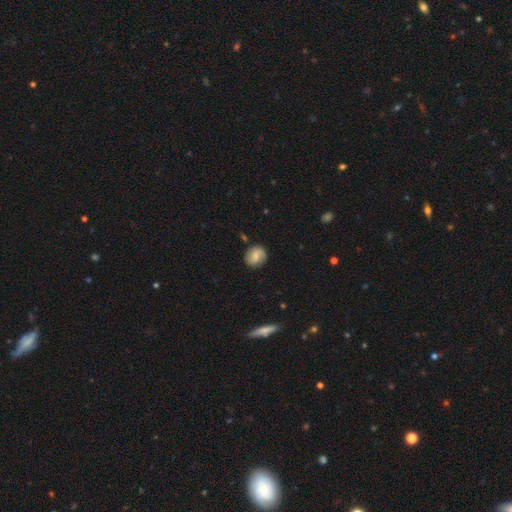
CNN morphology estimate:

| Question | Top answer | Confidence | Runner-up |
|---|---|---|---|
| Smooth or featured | smooth | 56% | featured or disk (36%) |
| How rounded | round | 65% | in between (34%) |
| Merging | none | 82% | minor disturbance (13%) |